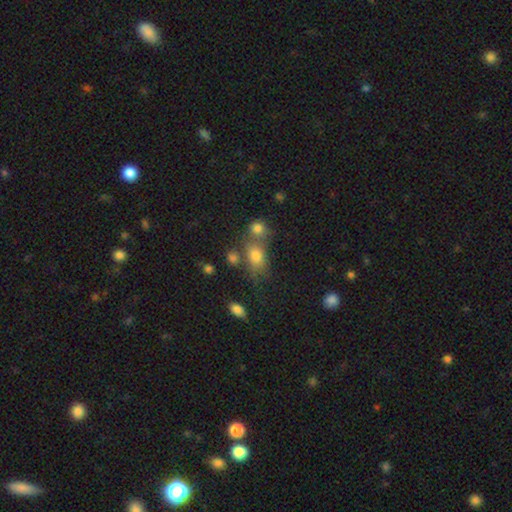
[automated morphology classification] Overall: smooth (77%). How rounded: in between (72%). Merging: none (48%; merger 32%).